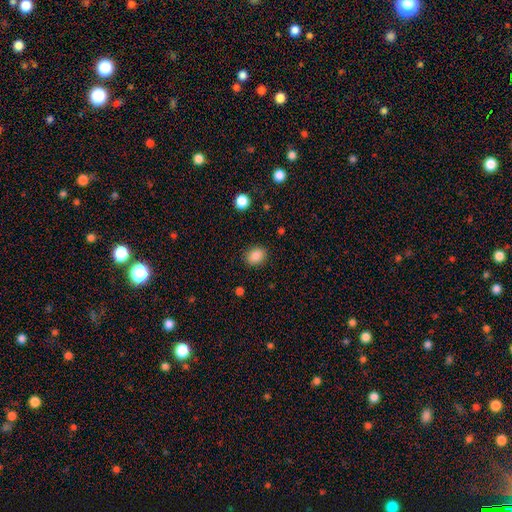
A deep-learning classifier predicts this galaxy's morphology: A smooth galaxy with no disk features (87%) that is in between round and cigar-shaped (54%).

Vote fractions:
- Smooth or featured? smooth: 87% / star or artifact: 9% / featured or disk: 4%
- How rounded? in between: 54% / round: 46% / cigar-shaped: 1%
- Merging? none: 88% / minor disturbance: 8% / major disturbance: 3% / merger: 1%